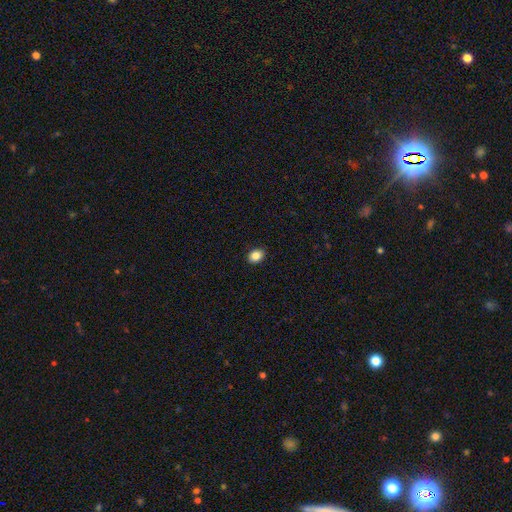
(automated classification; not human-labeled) Smooth or featured: smooth — 86% (star or artifact — 9%)
How rounded: in between — 64% (round — 35%)
Merging: none — 90% (minor disturbance — 7%)